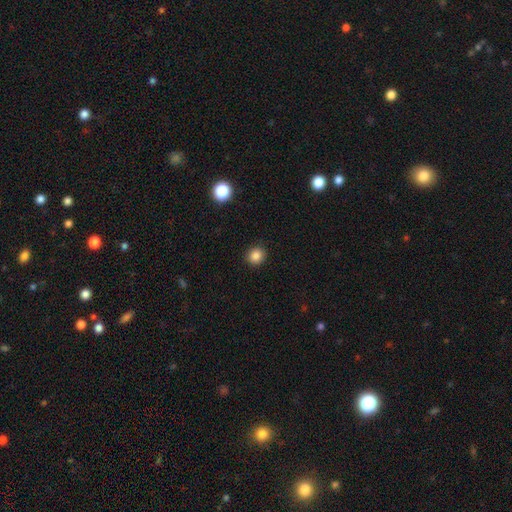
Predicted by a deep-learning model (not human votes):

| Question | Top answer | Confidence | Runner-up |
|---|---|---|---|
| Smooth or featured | smooth | 86% | star or artifact (11%) |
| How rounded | round | 84% | in between (15%) |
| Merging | none | 91% | minor disturbance (6%) |